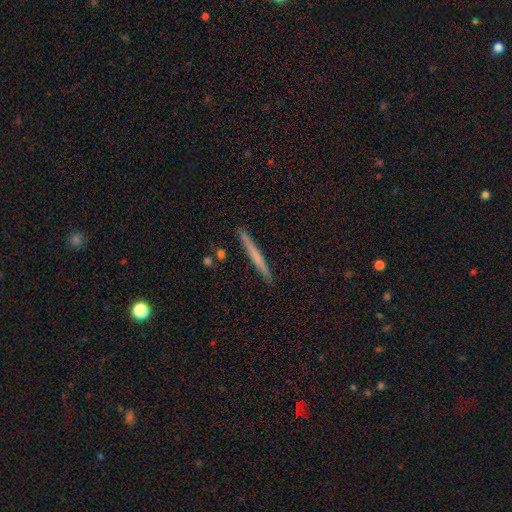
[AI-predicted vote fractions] Overall: smooth (56%; featured or disk 39%). How rounded: cigar-shaped (97%). Merging: none (91%).